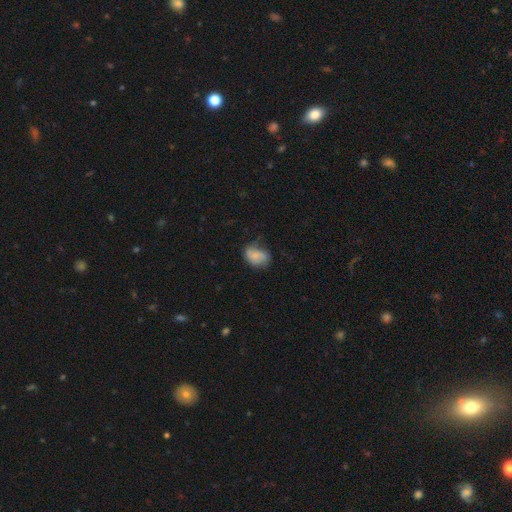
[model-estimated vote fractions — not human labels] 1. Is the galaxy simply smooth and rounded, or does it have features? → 67% smooth, 25% featured or disk, 8% star or artifact.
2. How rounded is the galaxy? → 73% in between, 26% round, 1% cigar-shaped.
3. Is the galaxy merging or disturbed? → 51% none, 33% minor disturbance, 13% major disturbance, 2% merger.